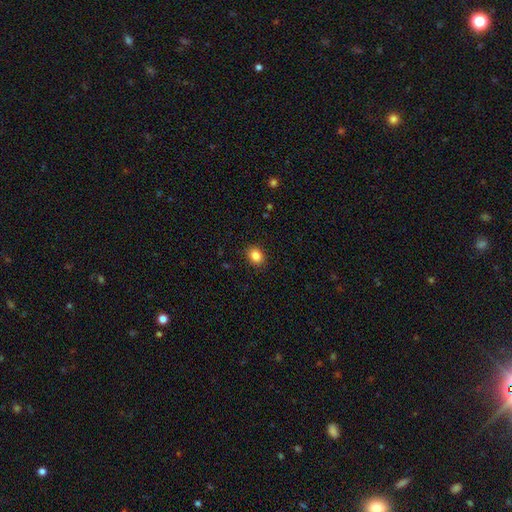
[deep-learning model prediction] Overall: smooth (86%). How rounded: in between (50%; round 49%). Merging: none (89%).